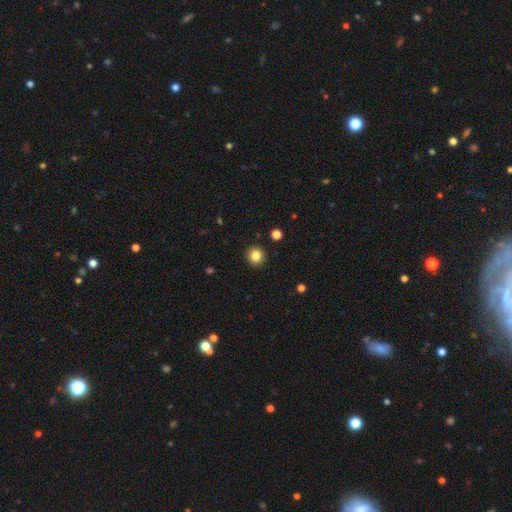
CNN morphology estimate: smooth 84%, star or artifact 11%, featured or disk 5%. Down the decision tree: how rounded — round (93%); merging — none (92%).